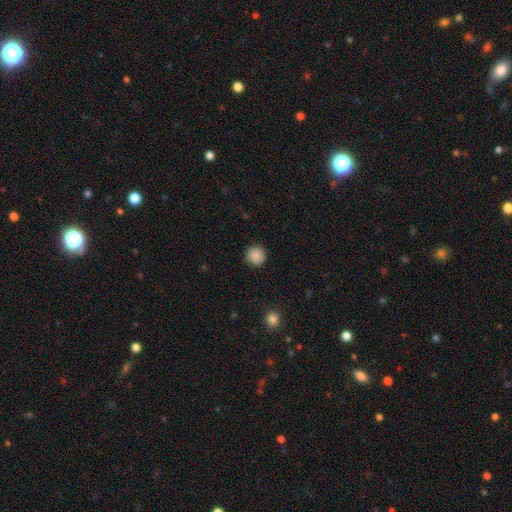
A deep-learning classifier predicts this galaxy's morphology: Smooth or featured: smooth — 88% (star or artifact — 9%)
How rounded: round — 94% (in between — 5%)
Merging: none — 89% (minor disturbance — 7%)